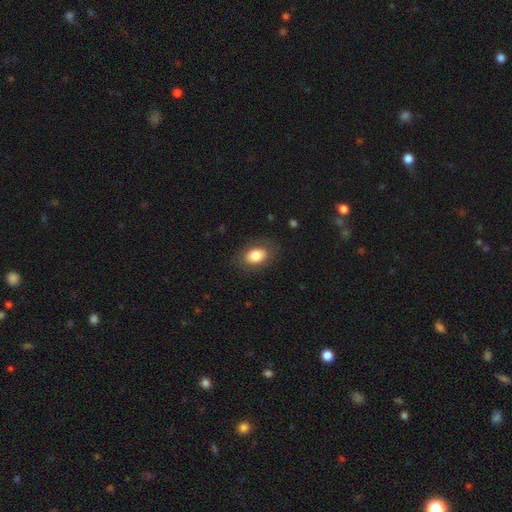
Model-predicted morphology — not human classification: Q: Smooth or featured?
A: smooth (79%); runner-up: featured or disk (13%)
Q: How rounded?
A: in between (84%); runner-up: round (15%)
Q: Merging?
A: none (81%); runner-up: minor disturbance (13%)